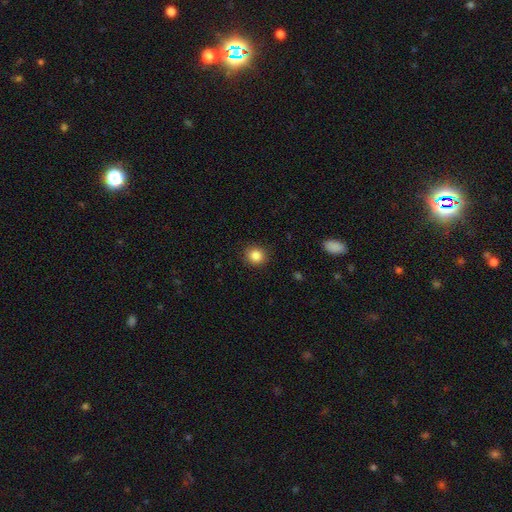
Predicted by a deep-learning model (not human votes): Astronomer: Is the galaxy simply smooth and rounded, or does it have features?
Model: smooth — 86%.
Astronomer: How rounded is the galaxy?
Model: round — 85%.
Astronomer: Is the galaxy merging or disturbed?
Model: none — 89%.